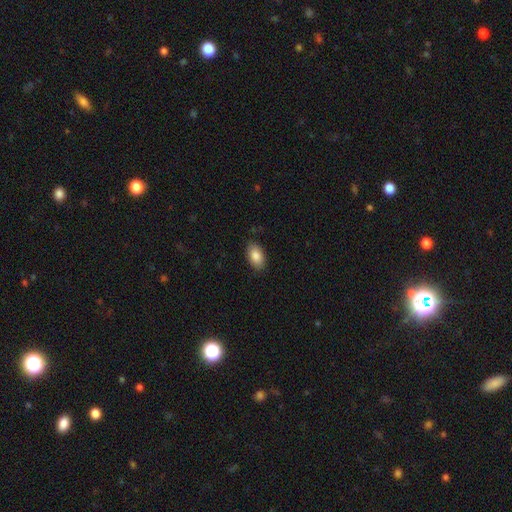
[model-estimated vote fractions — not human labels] Q: Smooth or featured?
A: smooth (86%); runner-up: star or artifact (7%)
Q: How rounded?
A: in between (92%); runner-up: round (5%)
Q: Merging?
A: none (86%); runner-up: minor disturbance (11%)